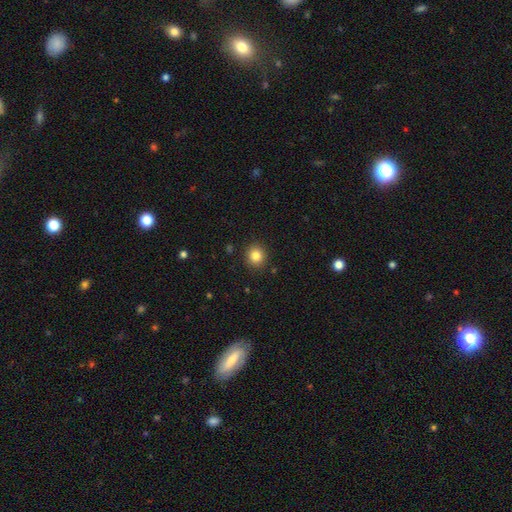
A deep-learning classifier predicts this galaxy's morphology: A smooth galaxy with no disk features (83%) that is round (90%).

Vote fractions:
- Smooth or featured? smooth: 83% / star or artifact: 11% / featured or disk: 6%
- How rounded? round: 90% / in between: 9% / cigar-shaped: 1%
- Merging? none: 91% / minor disturbance: 6% / major disturbance: 2% / merger: 1%